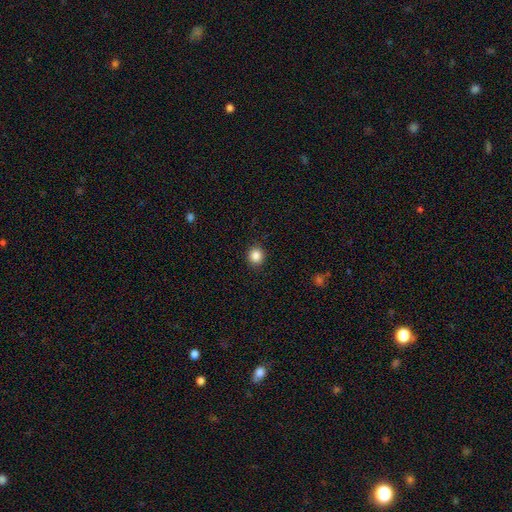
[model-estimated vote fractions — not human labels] Smooth or featured? Predicted: smooth (p=0.86). How rounded? Predicted: round (p=0.89). Merging? Predicted: none (p=0.92).